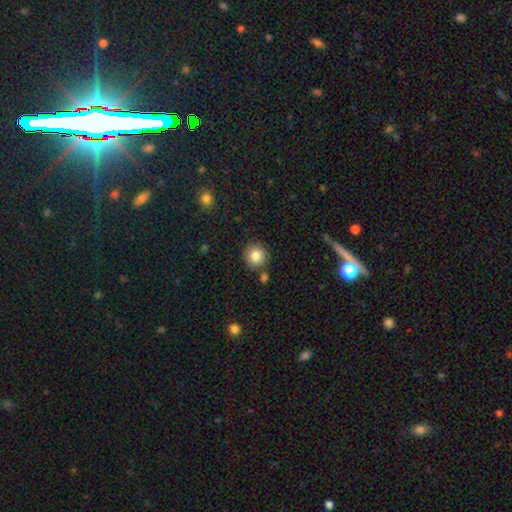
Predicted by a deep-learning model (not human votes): Overall: smooth (84%). How rounded: round (92%). Merging: none (83%).